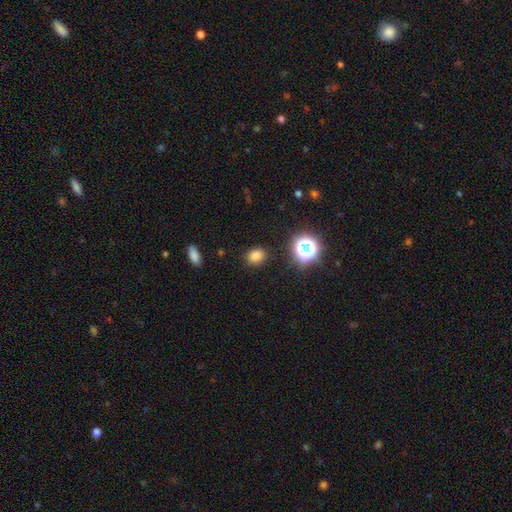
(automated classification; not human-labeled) Smooth or featured: smooth — 78% (star or artifact — 16%)
How rounded: in between — 53% (round — 46%)
Merging: none — 87% (minor disturbance — 9%)